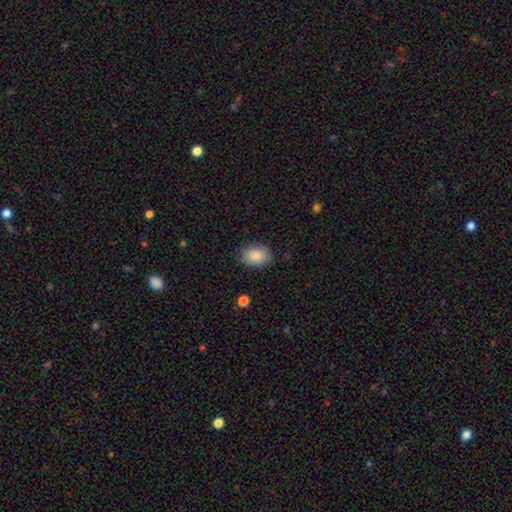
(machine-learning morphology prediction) The model was most divided on "merging": none: 84%, minor disturbance: 12%, major disturbance: 3%, merger: 1%. More confident: smooth or featured — smooth (88%); how rounded — in between (86%).